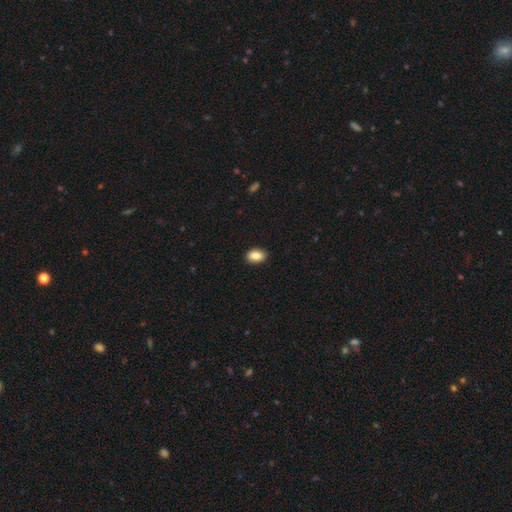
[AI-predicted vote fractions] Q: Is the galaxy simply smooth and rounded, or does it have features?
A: smooth — 87%.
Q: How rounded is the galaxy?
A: in between — 86%.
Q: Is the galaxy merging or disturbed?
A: none — 90%.